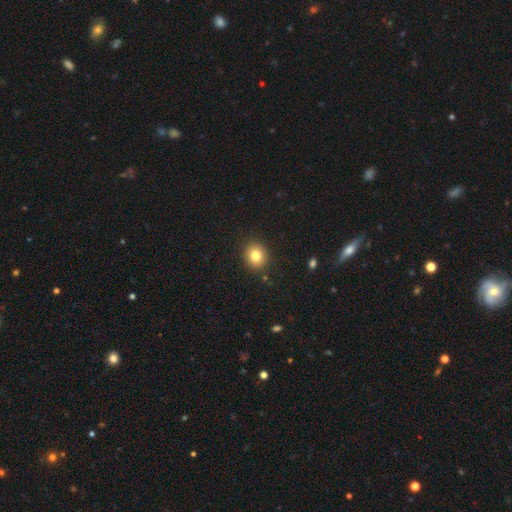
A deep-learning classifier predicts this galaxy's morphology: smooth 81%, star or artifact 11%, featured or disk 8%. Down the decision tree: how rounded — round (77%); merging — none (89%).